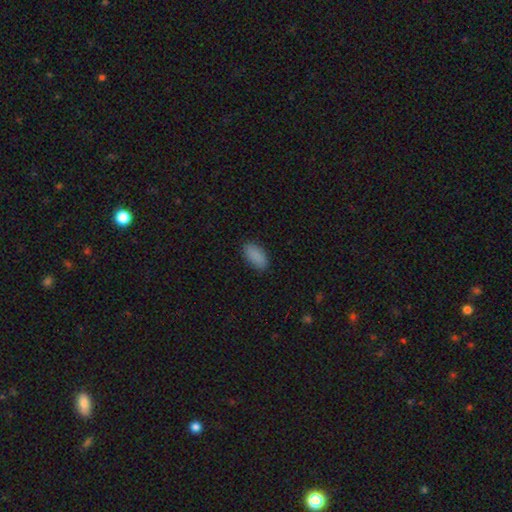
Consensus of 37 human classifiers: smooth 92%, star or artifact 8%, featured or disk 0%. Down the decision tree: how rounded — in between (91%); merging — none (85%).